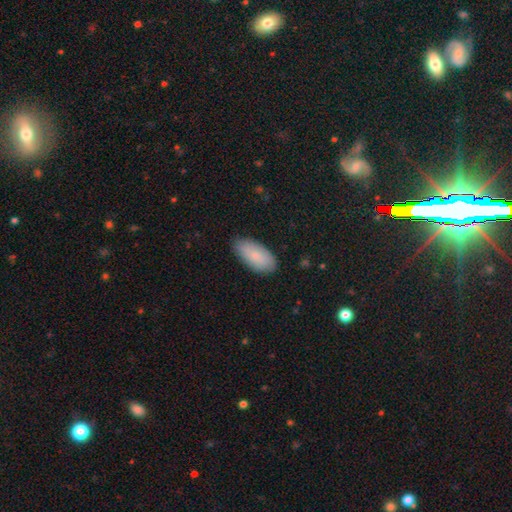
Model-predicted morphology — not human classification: Smooth or featured: smooth — 84% (featured or disk — 10%)
How rounded: in between — 92% (cigar-shaped — 6%)
Merging: none — 83% (minor disturbance — 14%)